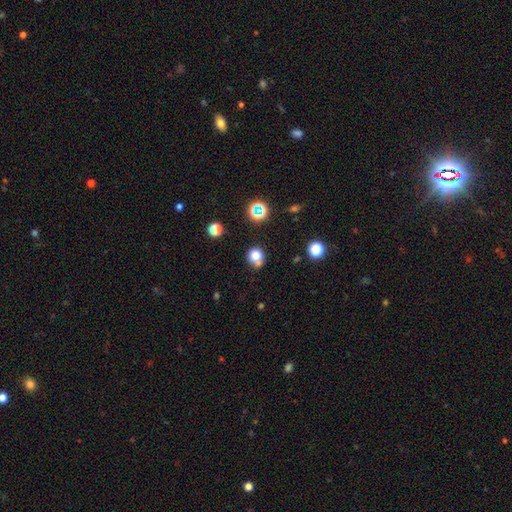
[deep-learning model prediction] Smooth or featured?
  - smooth: 77% *
  - star or artifact: 15%
  - featured or disk: 9%
How rounded?
  - round: 82% *
  - in between: 17%
  - cigar-shaped: 1%
Merging?
  - none: 60% *
  - merger: 19%
  - minor disturbance: 15%
  - major disturbance: 5%